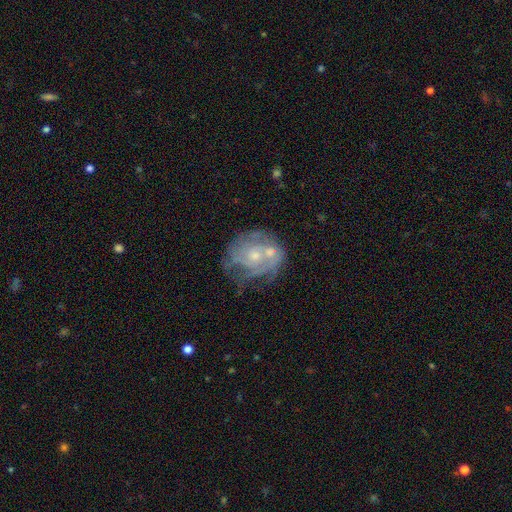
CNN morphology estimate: Q: Smooth or featured?
A: featured or disk (74%); runner-up: smooth (18%)
Q: Edge-on disk?
A: no (97%); runner-up: yes (3%)
Q: Bar?
A: no (79%); runner-up: weak (18%)
Q: Spiral arms?
A: yes (72%); runner-up: no (28%)
Q: Spiral winding?
A: tight (56%); runner-up: medium (31%)
Q: Spiral arm count?
A: can't tell (49%); runner-up: 2 (21%)
Q: Bulge size?
A: small (54%); runner-up: moderate (40%)
Q: Merging?
A: none (43%); runner-up: minor disturbance (22%)